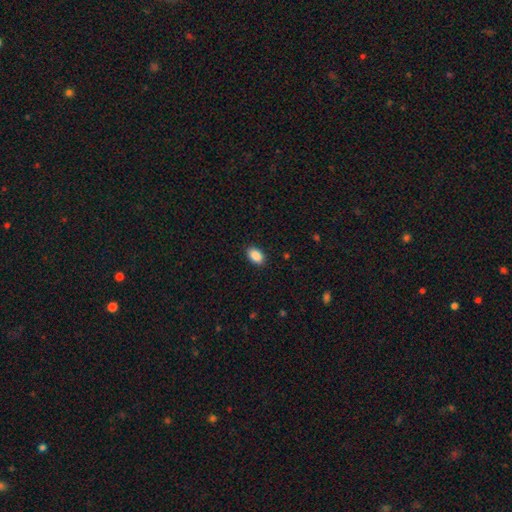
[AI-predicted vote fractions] A smooth galaxy with no disk features (90%) that is in between round and cigar-shaped (90%). Merging: none (89%).